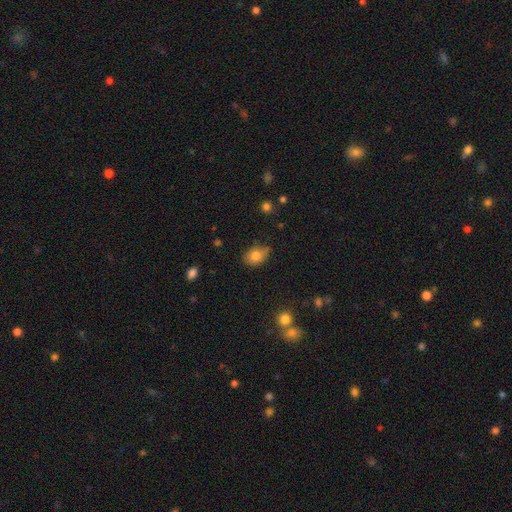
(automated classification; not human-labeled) Smooth or featured?
  - smooth: 81% *
  - featured or disk: 10%
  - star or artifact: 9%
How rounded?
  - in between: 71% *
  - round: 28%
  - cigar-shaped: 1%
Merging?
  - none: 66% *
  - minor disturbance: 28%
  - major disturbance: 5%
  - merger: 2%